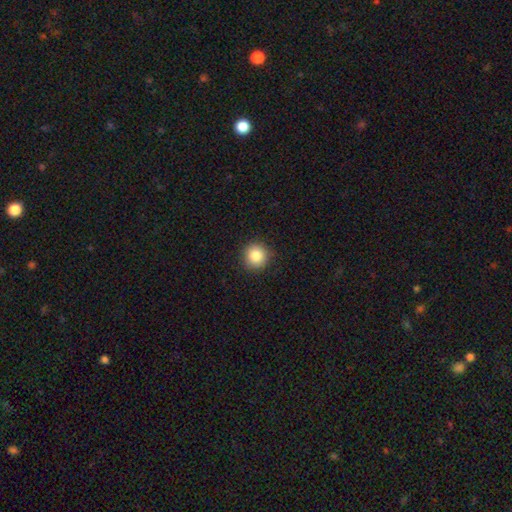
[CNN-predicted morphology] Smooth or featured?
  - smooth: 84% *
  - star or artifact: 10%
  - featured or disk: 6%
How rounded?
  - round: 94% *
  - in between: 5%
  - cigar-shaped: 1%
Merging?
  - none: 92% *
  - minor disturbance: 6%
  - major disturbance: 2%
  - merger: 1%